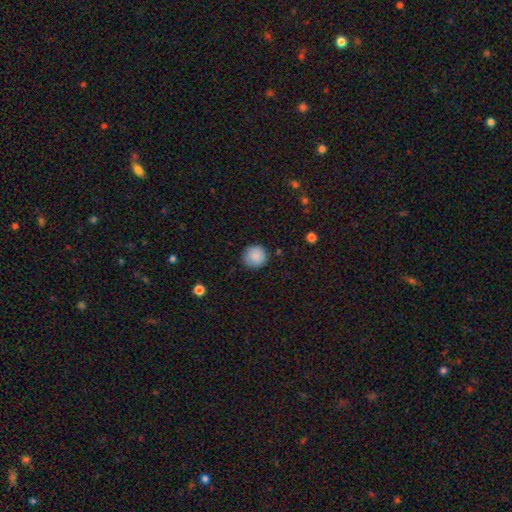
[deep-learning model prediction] Q: Smooth or featured?
A: smooth (88%); runner-up: star or artifact (8%)
Q: How rounded?
A: round (95%); runner-up: in between (4%)
Q: Merging?
A: none (86%); runner-up: minor disturbance (11%)